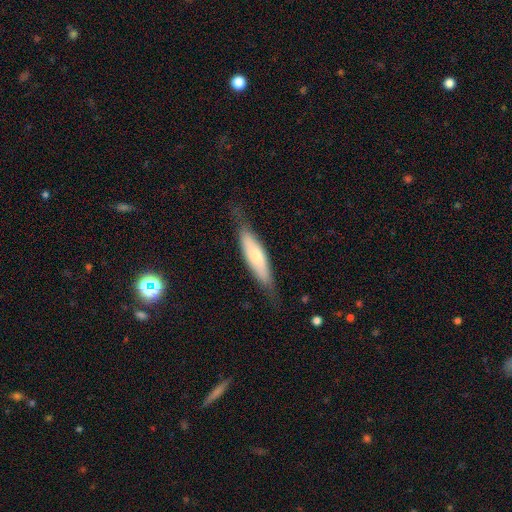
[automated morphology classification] A smooth galaxy with no disk features (58%) that is cigar-shaped (69%). Merging: none (73%).